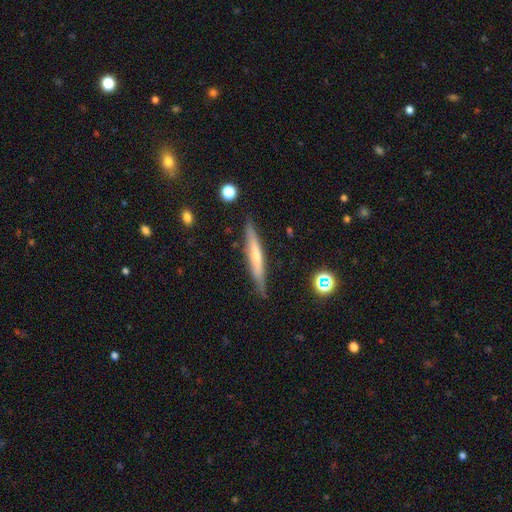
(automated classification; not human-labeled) This is possibly a featured or disk galaxy (52%). It is clearly viewed edge-on (94%). Merging: clearly none (86%).